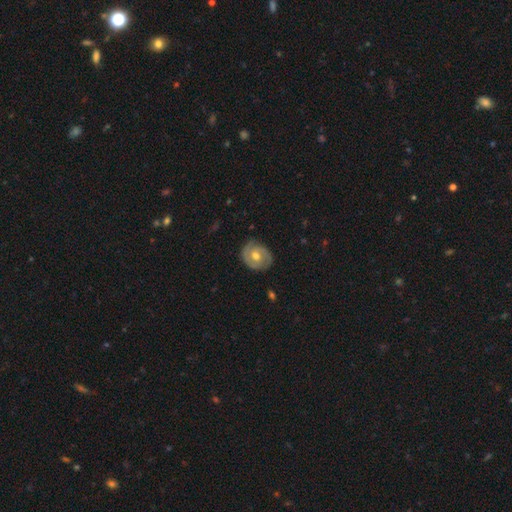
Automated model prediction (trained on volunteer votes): The model was most divided on "spiral winding": tight: 60%, medium: 32%, loose: 9%. More confident: edge-on disk — no (97%); spiral arms — yes (84%); merging — none (79%); bulge size — moderate (77%); spiral arm count — 2 (73%); smooth or featured — featured or disk (69%); bar — no (66%).